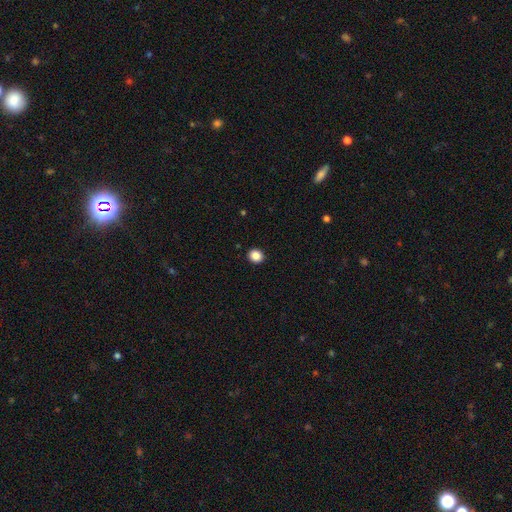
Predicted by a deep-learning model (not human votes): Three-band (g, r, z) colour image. It shows a smooth galaxy with no disk features (87%) that is round (83%). Merging: none (93%).